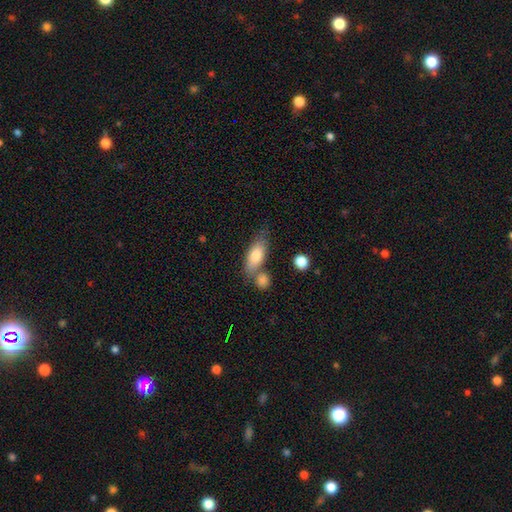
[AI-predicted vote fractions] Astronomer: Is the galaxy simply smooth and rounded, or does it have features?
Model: smooth — 79%.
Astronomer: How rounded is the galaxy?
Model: in between — 78%.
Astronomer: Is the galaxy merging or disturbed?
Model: none — 53%.